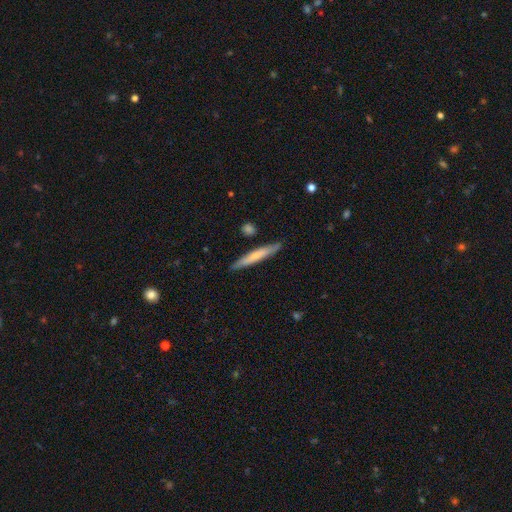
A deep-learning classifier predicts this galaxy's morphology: smooth 61%, featured or disk 34%, star or artifact 5%. Down the decision tree: how rounded — cigar-shaped (95%); merging — none (86%).